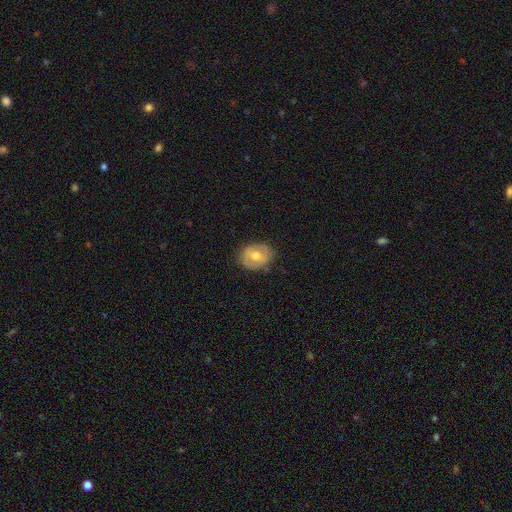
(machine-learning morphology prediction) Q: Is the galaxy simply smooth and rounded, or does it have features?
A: smooth — 49%.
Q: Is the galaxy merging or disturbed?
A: none — 79%.